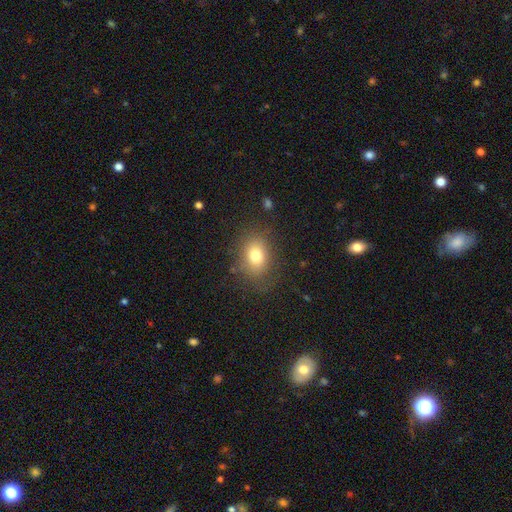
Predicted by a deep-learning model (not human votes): This appears to be a smooth galaxy with no disk features (76%) that is in between round and cigar-shaped (58%). Merging: none (76%).